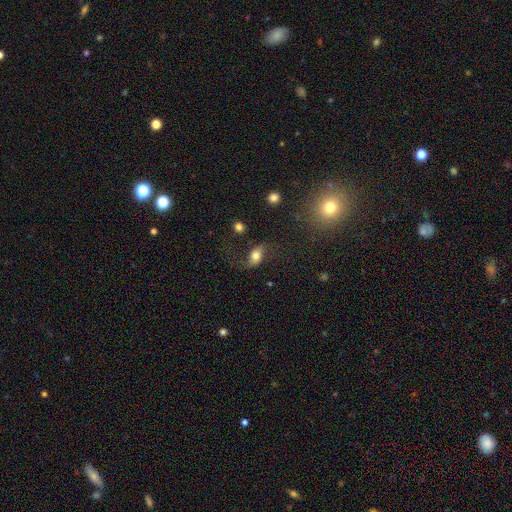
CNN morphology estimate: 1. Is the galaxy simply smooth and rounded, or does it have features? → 48% featured or disk, 42% smooth, 10% star or artifact.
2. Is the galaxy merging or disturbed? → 65% none, 18% minor disturbance, 15% major disturbance, 3% merger.